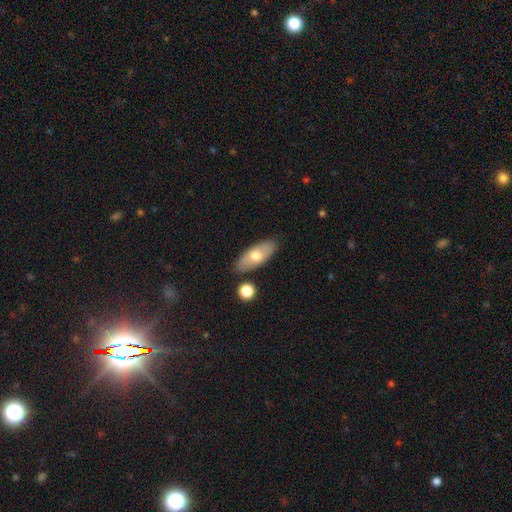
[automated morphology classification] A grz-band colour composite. It shows a smooth galaxy with no disk features (65%) that is in between round and cigar-shaped (82%). Merging: none (83%).